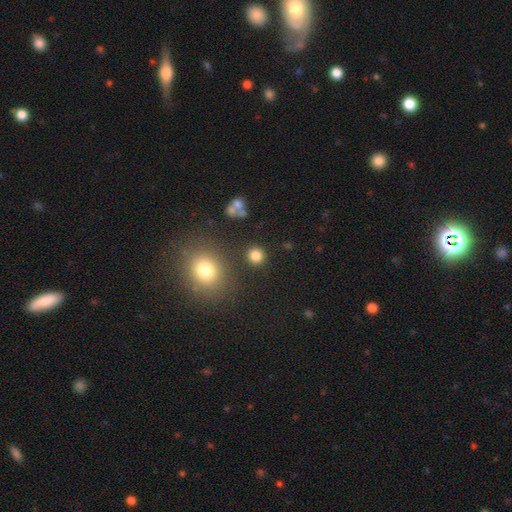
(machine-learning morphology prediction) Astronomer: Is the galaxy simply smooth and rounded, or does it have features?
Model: smooth — 83%.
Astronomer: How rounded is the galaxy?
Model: round — 88%.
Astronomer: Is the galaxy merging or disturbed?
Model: none — 88%.